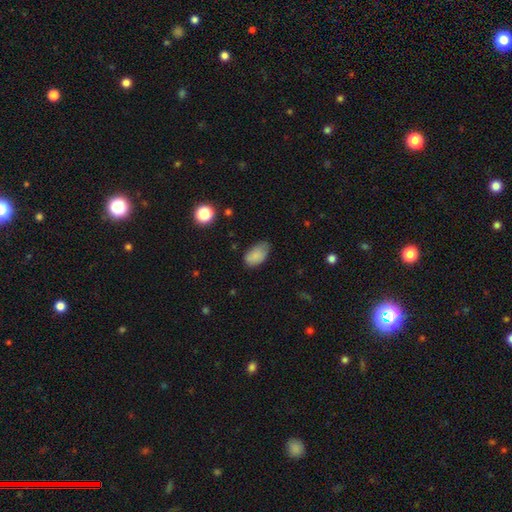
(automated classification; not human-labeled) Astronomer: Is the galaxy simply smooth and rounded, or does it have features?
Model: smooth — 85%.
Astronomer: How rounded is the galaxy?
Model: in between — 92%.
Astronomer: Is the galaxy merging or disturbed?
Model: none — 60%.